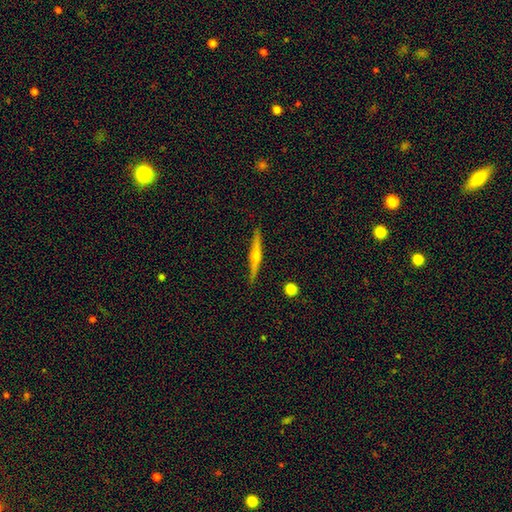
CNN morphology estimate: Q: Smooth or featured?
A: featured or disk (74%); runner-up: smooth (20%)
Q: Edge-on disk?
A: yes (98%); runner-up: no (2%)
Q: Edge-on bulge?
A: rounded (87%); runner-up: none (8%)
Q: Merging?
A: none (91%); runner-up: minor disturbance (7%)